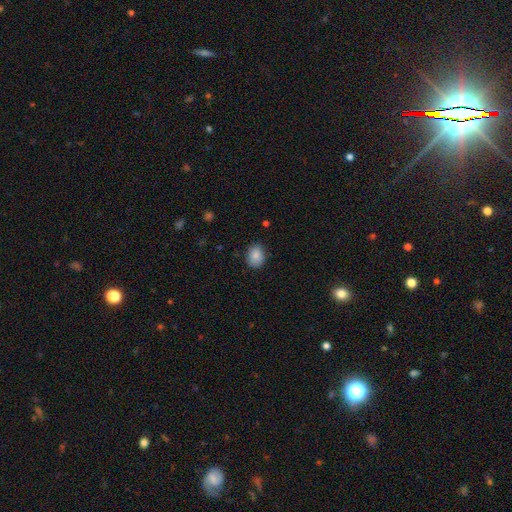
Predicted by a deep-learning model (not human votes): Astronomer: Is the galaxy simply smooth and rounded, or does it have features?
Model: smooth — 86%.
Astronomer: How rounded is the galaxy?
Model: in between — 56% (runner-up: round, 43%).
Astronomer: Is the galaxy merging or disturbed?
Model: none — 84%.